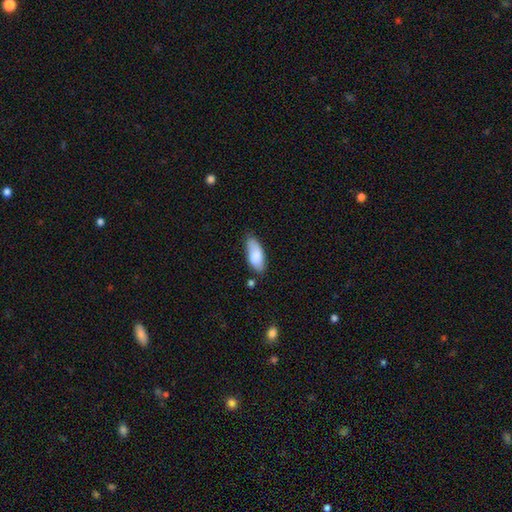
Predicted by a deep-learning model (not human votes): Overall: smooth (83%). How rounded: in between (82%). Merging: none (67%).